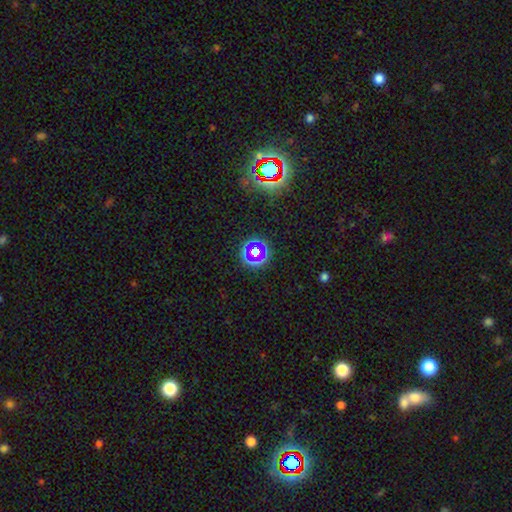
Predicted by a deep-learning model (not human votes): star or artifact 51%, smooth 32%, featured or disk 17%.